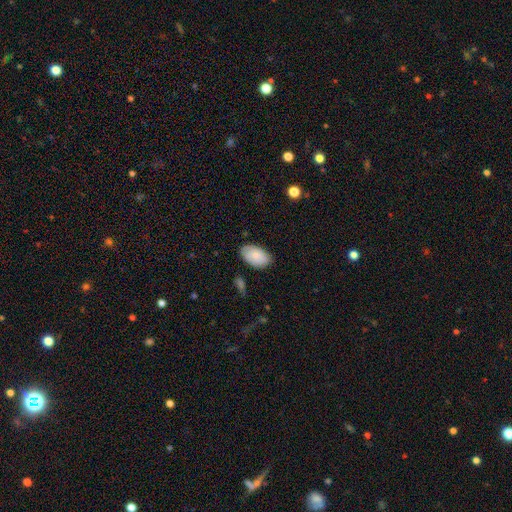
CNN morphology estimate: This appears to be a smooth galaxy with no disk features (81%) that is in between round and cigar-shaped (93%). Merging: none (79%).